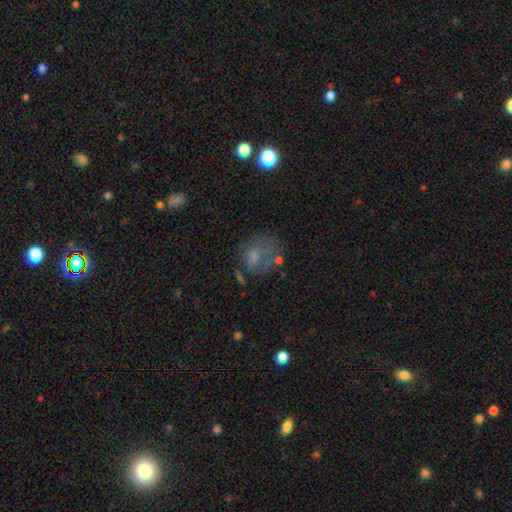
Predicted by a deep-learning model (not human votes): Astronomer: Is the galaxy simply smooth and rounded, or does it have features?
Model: smooth — 51% (runner-up: featured or disk, 31%).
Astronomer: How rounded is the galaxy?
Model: in between — 55% (runner-up: round, 43%).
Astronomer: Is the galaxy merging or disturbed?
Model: none — 38% (runner-up: major disturbance, 31%).